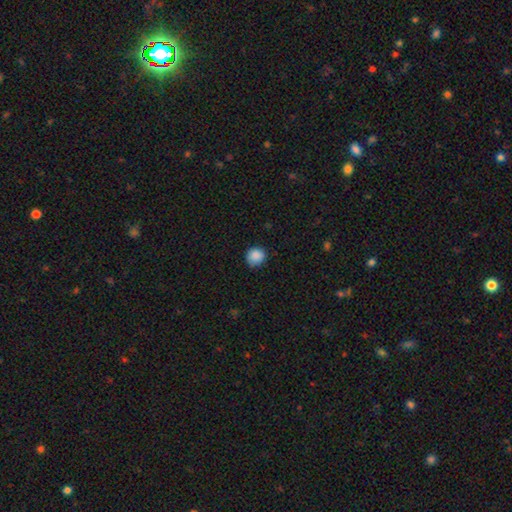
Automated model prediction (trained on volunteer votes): This appears to be a smooth galaxy with no disk features (88%) that is round (88%). Merging: none (81%).